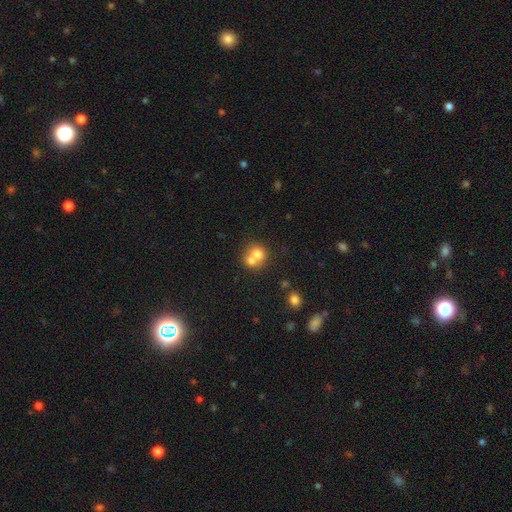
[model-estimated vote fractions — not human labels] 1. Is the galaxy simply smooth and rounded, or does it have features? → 70% smooth, 19% featured or disk, 11% star or artifact.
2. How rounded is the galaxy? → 79% round, 20% in between, 1% cigar-shaped.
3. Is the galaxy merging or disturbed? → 61% merger, 31% none, 6% minor disturbance, 3% major disturbance.